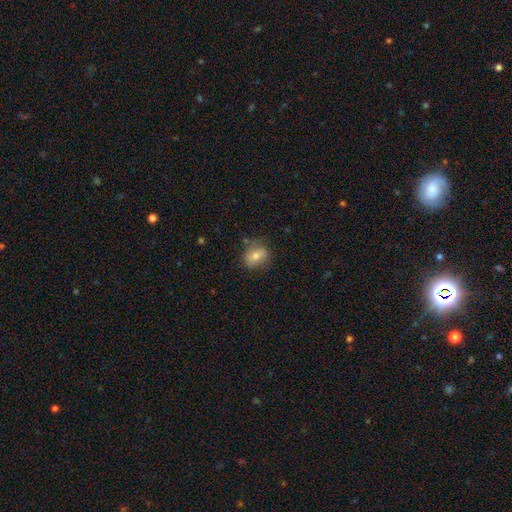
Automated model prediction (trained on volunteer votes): Q: Smooth or featured?
A: smooth (67%); runner-up: featured or disk (24%)
Q: How rounded?
A: in between (49%); tied with: round (49%)
Q: Merging?
A: none (73%); runner-up: minor disturbance (19%)